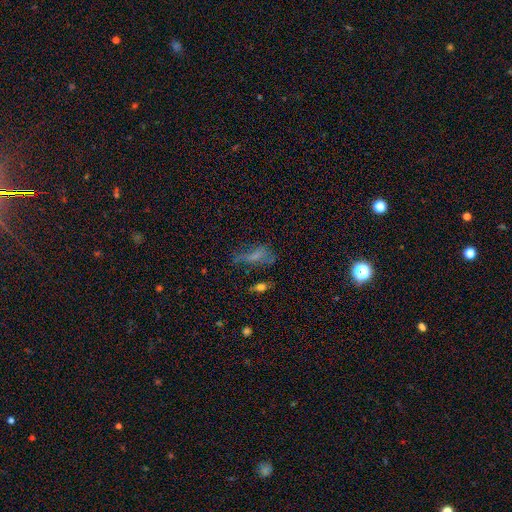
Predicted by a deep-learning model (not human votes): Overall: smooth (42%; featured or disk 32%). Merging: none (37%; major disturbance 34%).